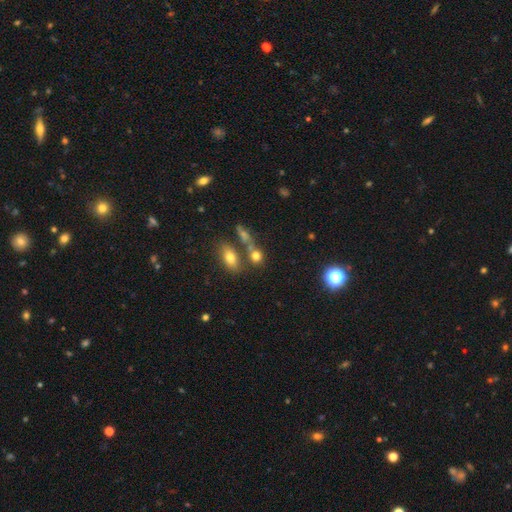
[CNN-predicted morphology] Overall: smooth (74%). How rounded: round (61%; in between 35%). Merging: none (50%; merger 32%).